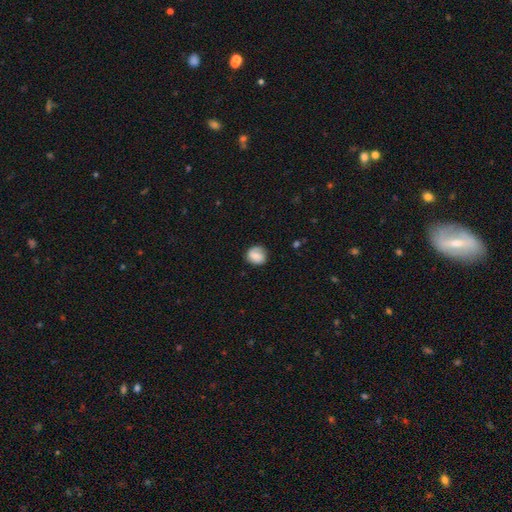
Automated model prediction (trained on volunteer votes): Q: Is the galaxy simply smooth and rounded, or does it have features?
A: smooth — 62%.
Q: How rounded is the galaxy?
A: round — 80%.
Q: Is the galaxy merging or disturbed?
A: none — 75%.